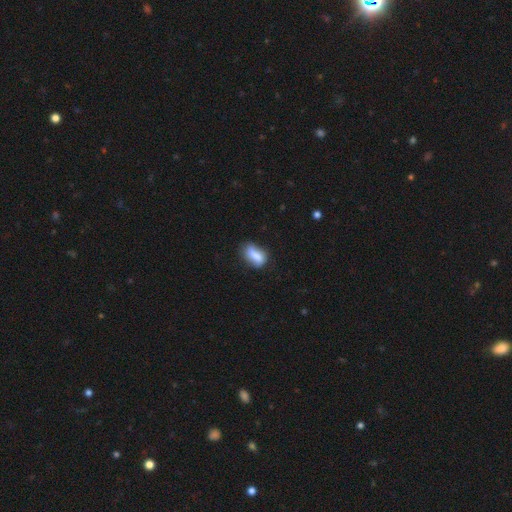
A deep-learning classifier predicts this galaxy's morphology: A smooth galaxy with no disk features (75%) that is in between round and cigar-shaped (85%). Merging: none (46%).